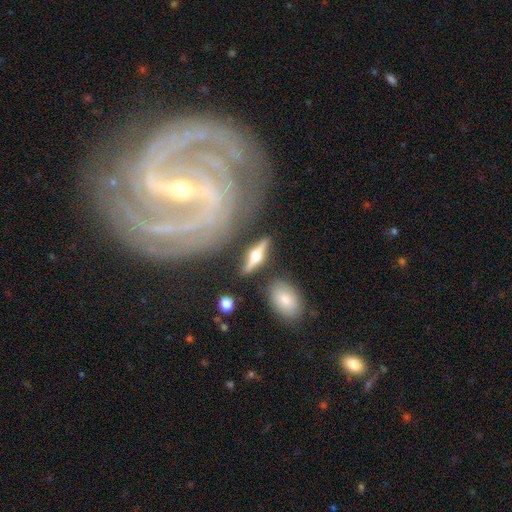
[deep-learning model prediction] featured or disk 70%, smooth 24%, star or artifact 6%. Down the decision tree: edge-on disk — yes (92%); edge-on bulge — rounded (96%); merging — none (82%).